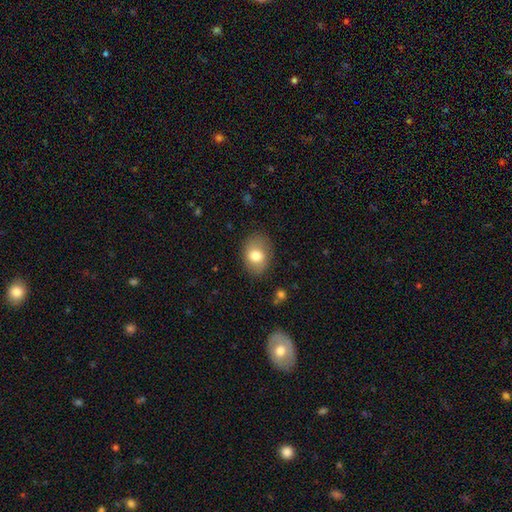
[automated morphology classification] smooth-or-featured: smooth: 77% | featured or disk: 16% | star or artifact: 8%
  how-rounded: in between: 69% | round: 30% | cigar-shaped: 1%
  merging: none: 81% | minor disturbance: 14% | major disturbance: 4% | merger: 1%